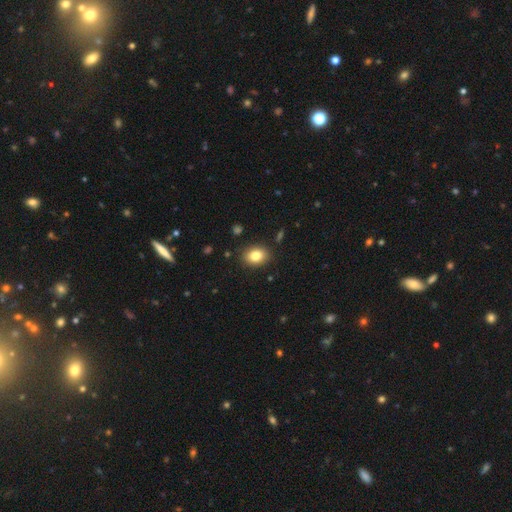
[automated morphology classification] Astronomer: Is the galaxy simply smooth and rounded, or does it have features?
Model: smooth — 82%.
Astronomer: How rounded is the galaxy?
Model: in between — 61% (runner-up: round, 38%).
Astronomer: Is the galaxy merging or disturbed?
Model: none — 88%.